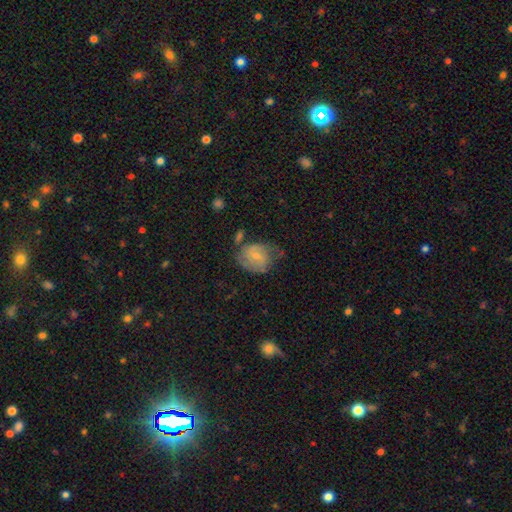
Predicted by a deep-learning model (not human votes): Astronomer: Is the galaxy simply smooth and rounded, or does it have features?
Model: featured or disk — 48% (runner-up: smooth, 44%).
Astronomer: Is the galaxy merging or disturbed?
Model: none — 44% (runner-up: minor disturbance, 30%).